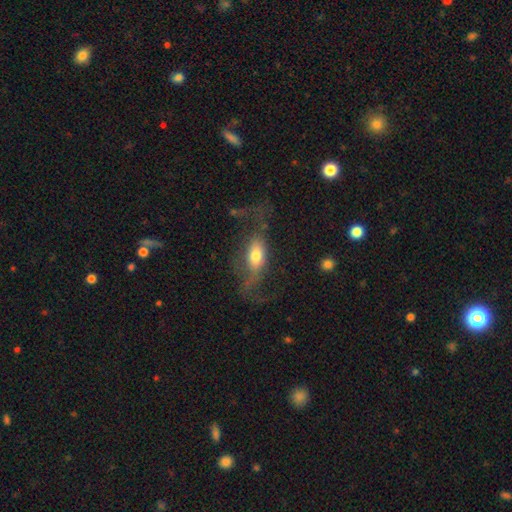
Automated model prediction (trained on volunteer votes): smooth-or-featured: smooth: 48% | featured or disk: 43% | star or artifact: 9%
  merging: major disturbance: 46% | none: 31% | minor disturbance: 18% | merger: 4%